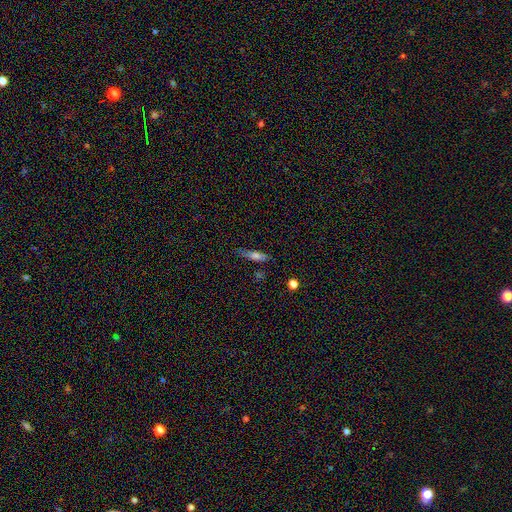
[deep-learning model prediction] smooth-or-featured: smooth: 62% | featured or disk: 28% | star or artifact: 10%
  how-rounded: cigar-shaped: 70% | in between: 28% | round: 3%
  merging: none: 74% | minor disturbance: 19% | major disturbance: 5% | merger: 3%